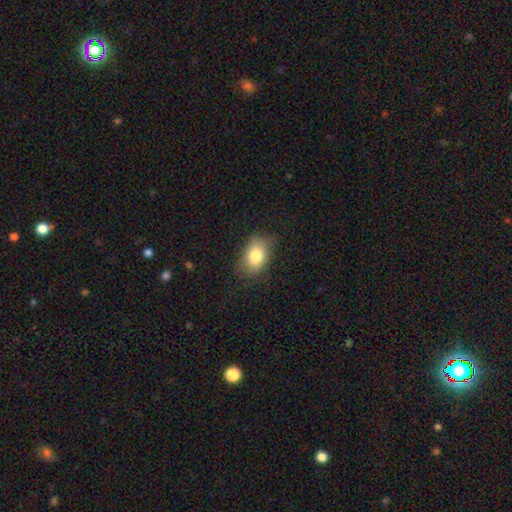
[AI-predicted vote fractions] The model was most divided on "merging": none: 73%, minor disturbance: 20%, major disturbance: 6%, merger: 1%. More confident: how rounded — in between (85%); smooth or featured — smooth (81%).